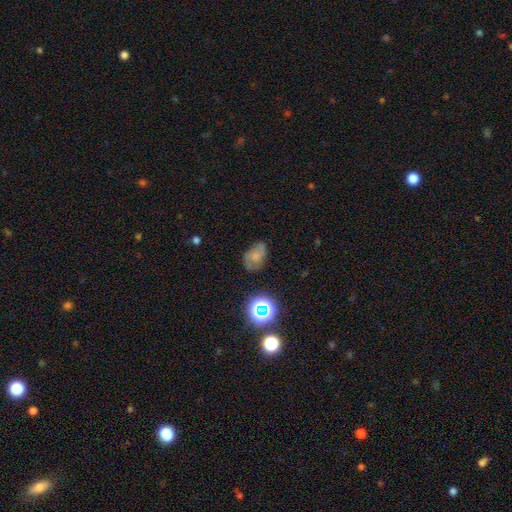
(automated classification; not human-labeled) Q: Smooth or featured?
A: smooth (48%); runner-up: featured or disk (35%)
Q: Merging?
A: none (59%); runner-up: minor disturbance (28%)